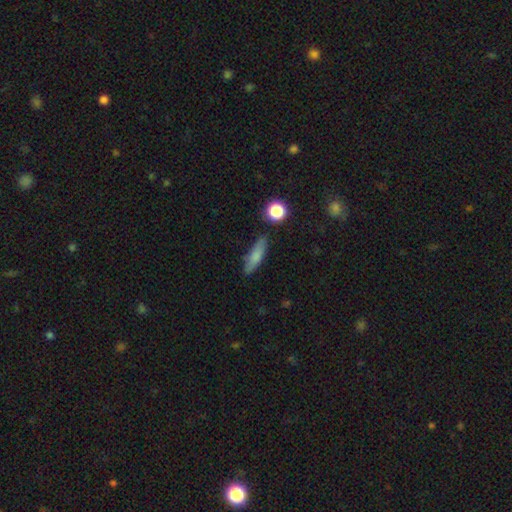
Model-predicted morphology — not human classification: This is likely a smooth galaxy (75%). How rounded: likely cigar-shaped (63%). Merging: likely none (80%).